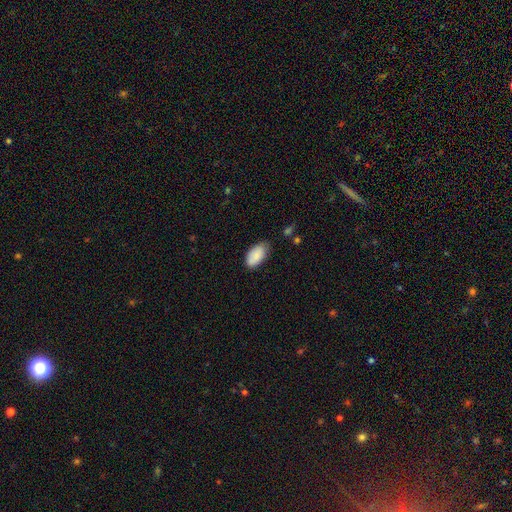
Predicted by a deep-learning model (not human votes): A smooth galaxy with no disk features (88%) that is in between round and cigar-shaped (95%).

Vote fractions:
- Smooth or featured? smooth: 88% / star or artifact: 6% / featured or disk: 6%
- How rounded? in between: 95% / round: 3% / cigar-shaped: 2%
- Merging? none: 71% / minor disturbance: 23% / major disturbance: 4% / merger: 2%